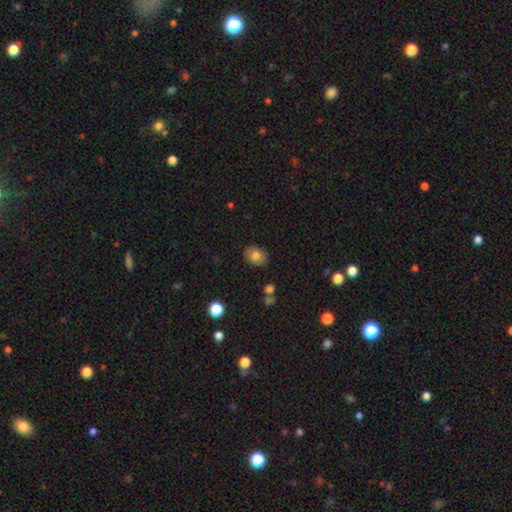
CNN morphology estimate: Smooth or featured? smooth (80%)
How rounded? in between (68%)
Merging? none (86%)